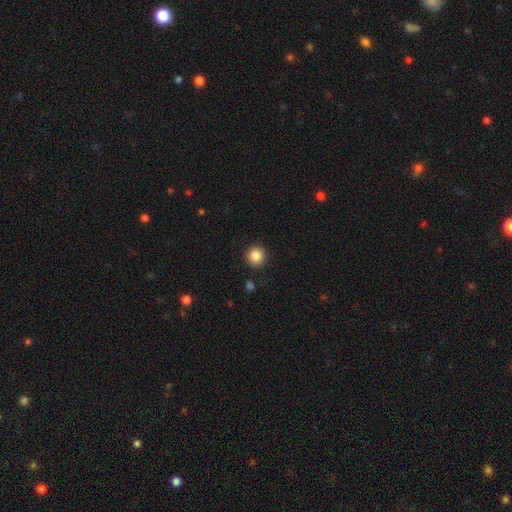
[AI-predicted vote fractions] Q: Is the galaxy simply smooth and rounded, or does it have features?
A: smooth — 86%.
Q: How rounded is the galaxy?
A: round — 93%.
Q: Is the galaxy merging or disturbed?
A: none — 91%.